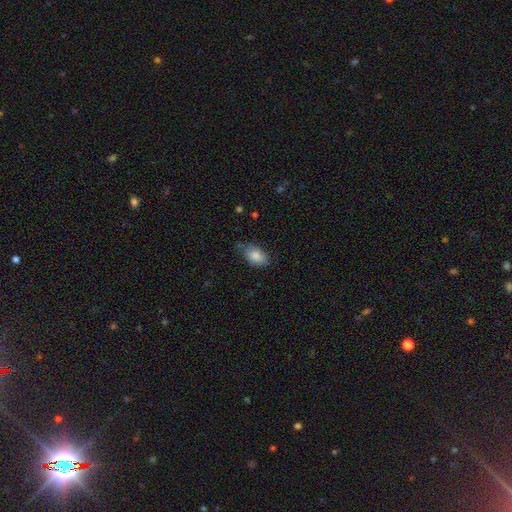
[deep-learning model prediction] Smooth or featured? smooth (84%)
How rounded? in between (90%)
Merging? none (63%)